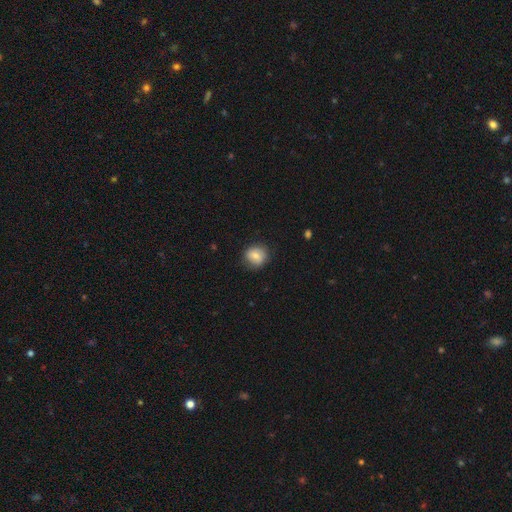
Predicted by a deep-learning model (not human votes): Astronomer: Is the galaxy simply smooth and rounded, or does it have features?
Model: smooth — 78%.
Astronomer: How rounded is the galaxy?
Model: round — 80%.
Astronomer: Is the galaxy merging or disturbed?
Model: none — 79%.